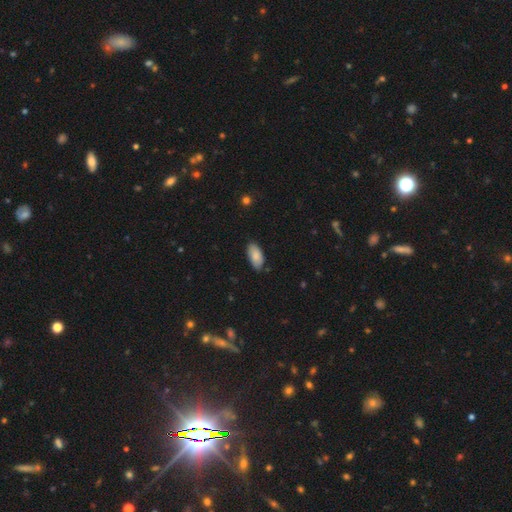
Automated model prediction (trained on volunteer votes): Overall: smooth (86%). How rounded: in between (93%). Merging: none (81%).